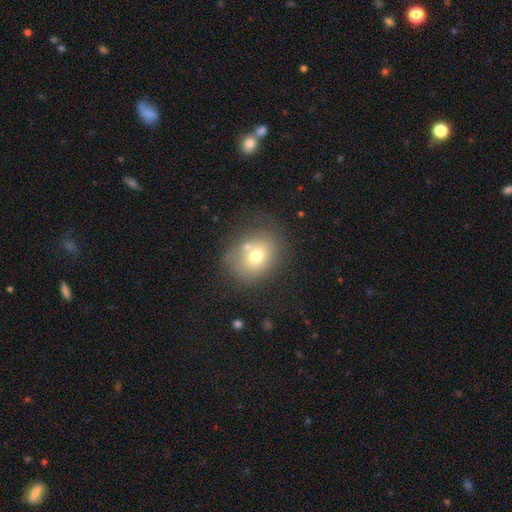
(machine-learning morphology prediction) A smooth galaxy with no disk features (67%) that is round (57%). Merging: none (61%).